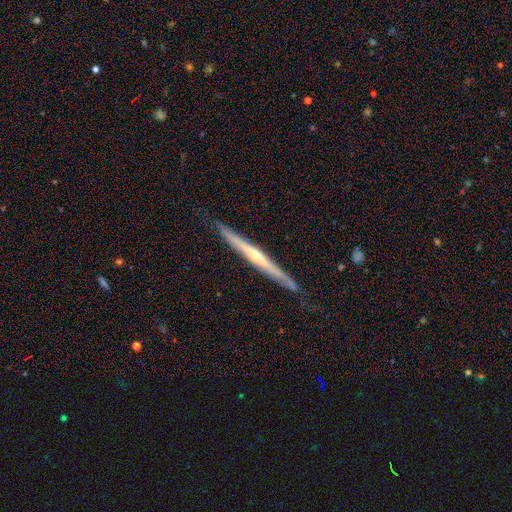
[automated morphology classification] This is likely a featured or disk galaxy (76%). It is clearly viewed edge-on (97%). Edge-on bulge: likely rounded (72%). Merging: clearly none (84%).